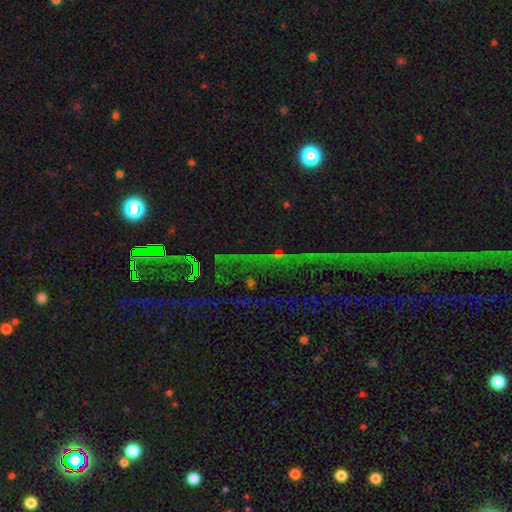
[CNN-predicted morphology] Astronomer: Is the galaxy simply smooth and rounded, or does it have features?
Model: star or artifact — 86%.